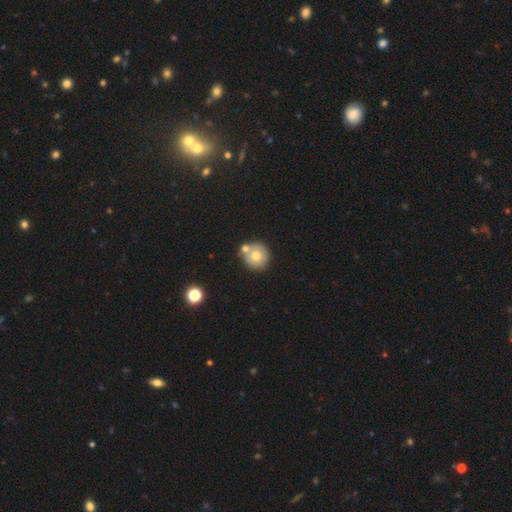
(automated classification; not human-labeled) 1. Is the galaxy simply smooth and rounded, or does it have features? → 72% smooth, 19% featured or disk, 10% star or artifact.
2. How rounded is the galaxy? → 92% round, 7% in between, 1% cigar-shaped.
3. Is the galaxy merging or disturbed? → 61% none, 26% merger, 10% minor disturbance, 3% major disturbance.